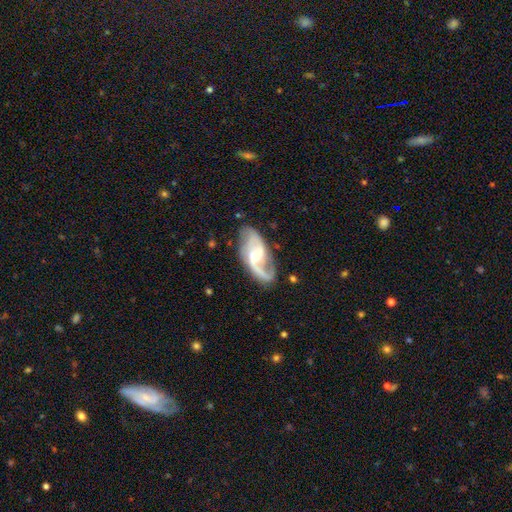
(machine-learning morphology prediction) Q: Smooth or featured?
A: featured or disk (85%); runner-up: smooth (9%)
Q: Edge-on disk?
A: no (95%); runner-up: yes (5%)
Q: Bar?
A: weak (48%); runner-up: no (30%)
Q: Spiral arms?
A: yes (96%); runner-up: no (4%)
Q: Spiral winding?
A: loose (47%); runner-up: medium (41%)
Q: Spiral arm count?
A: 2 (81%); runner-up: 1 (9%)
Q: Bulge size?
A: small (46%); runner-up: moderate (45%)
Q: Merging?
A: none (65%); runner-up: minor disturbance (21%)